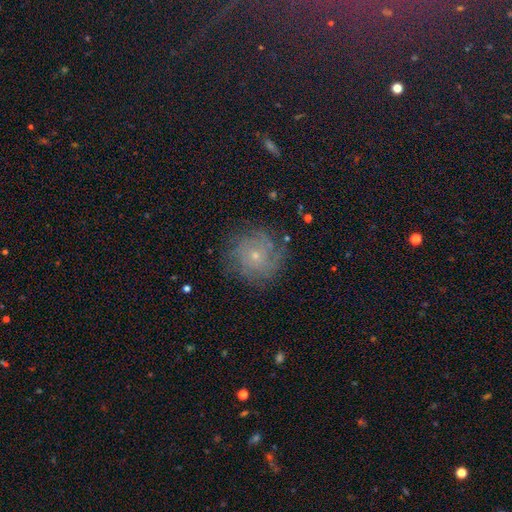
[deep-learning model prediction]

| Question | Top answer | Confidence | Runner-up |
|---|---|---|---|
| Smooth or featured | featured or disk | 60% | smooth (27%) |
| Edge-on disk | no | 97% | yes (3%) |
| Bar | no | 86% | weak (12%) |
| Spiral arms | yes | 85% | no (15%) |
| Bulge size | small | 78% | moderate (18%) |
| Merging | none | 78% | minor disturbance (14%) |